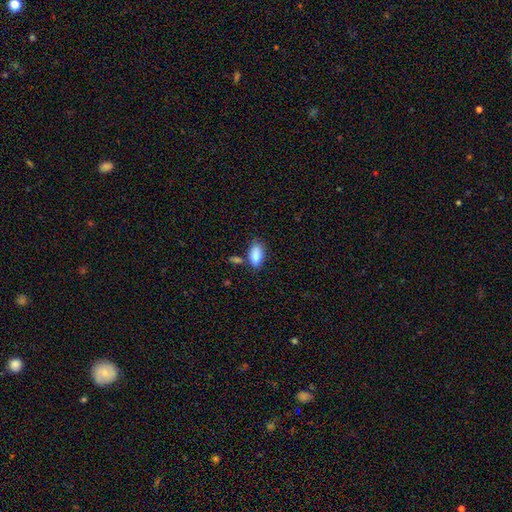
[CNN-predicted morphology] smooth-or-featured: smooth: 86% | star or artifact: 7% | featured or disk: 7%
  how-rounded: in between: 90% | cigar-shaped: 6% | round: 3%
  merging: none: 68% | minor disturbance: 17% | merger: 12% | major disturbance: 4%